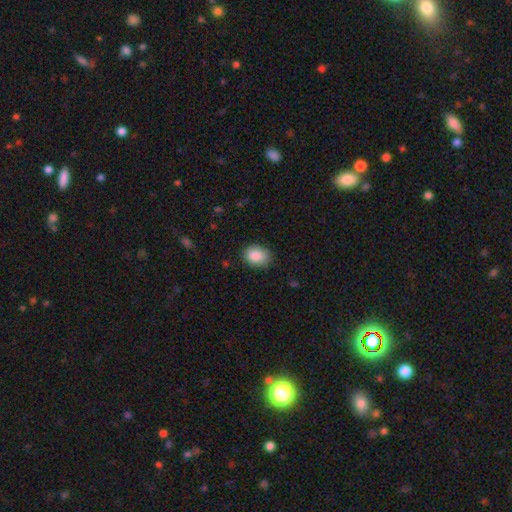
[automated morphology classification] Smooth or featured?
  - smooth: 89% *
  - star or artifact: 7%
  - featured or disk: 4%
How rounded?
  - in between: 66% *
  - round: 33%
  - cigar-shaped: 1%
Merging?
  - none: 82% *
  - minor disturbance: 14%
  - major disturbance: 3%
  - merger: 1%